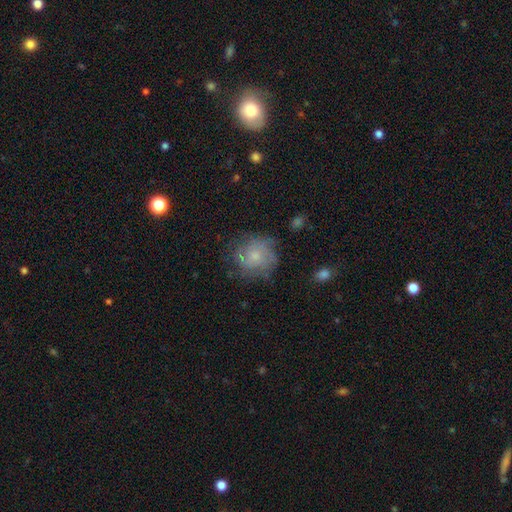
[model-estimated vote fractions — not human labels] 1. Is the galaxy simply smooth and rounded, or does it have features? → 49% featured or disk, 42% smooth, 9% star or artifact.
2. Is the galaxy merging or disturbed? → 66% none, 21% minor disturbance, 11% major disturbance, 2% merger.